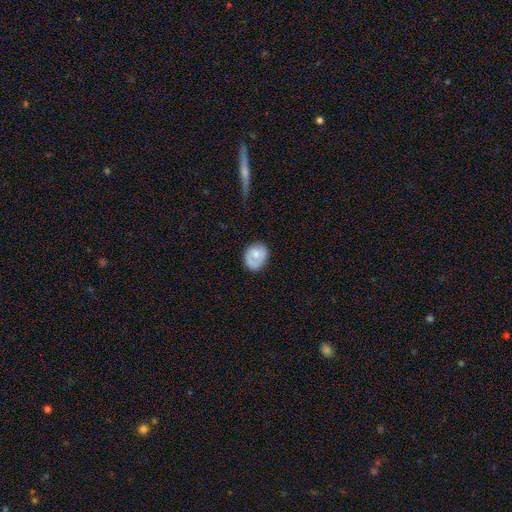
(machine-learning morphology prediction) A smooth galaxy with no disk features (64%) that is round (56%). Merging: none (71%).